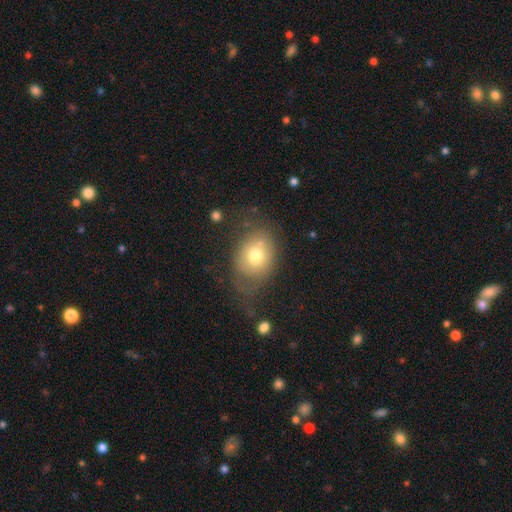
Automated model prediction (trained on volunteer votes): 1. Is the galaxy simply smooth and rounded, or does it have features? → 68% smooth, 22% featured or disk, 10% star or artifact.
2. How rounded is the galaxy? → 55% in between, 44% round, 1% cigar-shaped.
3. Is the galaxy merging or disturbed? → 46% none, 27% minor disturbance, 21% major disturbance, 5% merger.